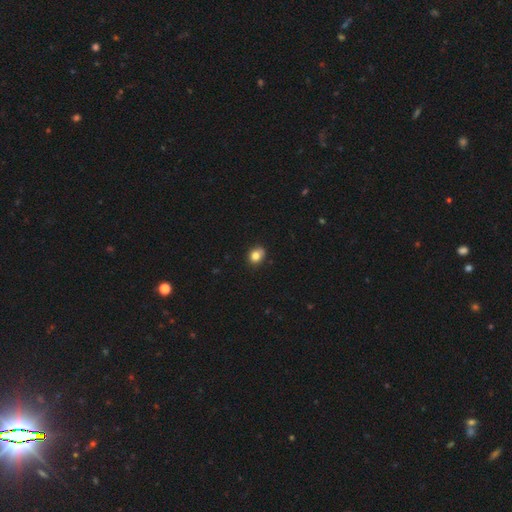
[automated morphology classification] The model was most divided on "how rounded": round: 56%, in between: 44%, cigar-shaped: 1%. More confident: smooth or featured — smooth (82%); merging — none (75%).